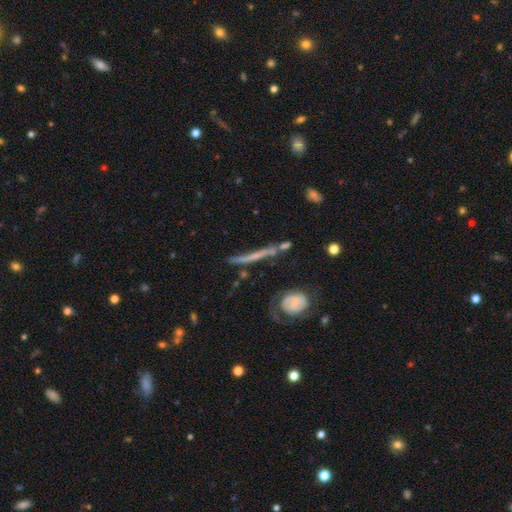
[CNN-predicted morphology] This is likely a featured or disk galaxy (61%). It is clearly viewed edge-on (86%). Edge-on bulge: likely none (75%). Merging: likely none (63%).